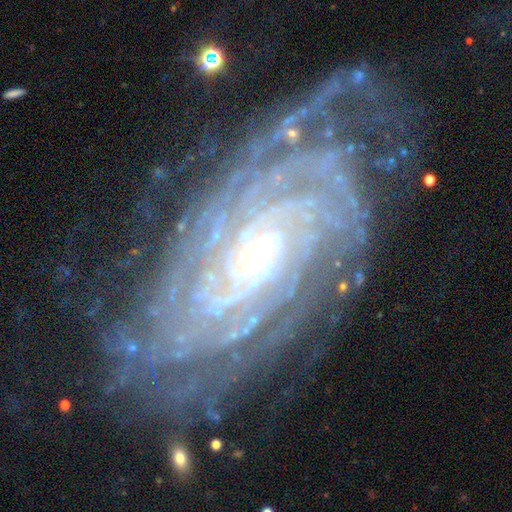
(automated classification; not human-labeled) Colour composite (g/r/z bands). It shows a featured or disk galaxy (91%) with no bar (69%), more than 4 (27%) tight (80%) spiral arms (98%) and a small central bulge (77%). Merging: none (70%).